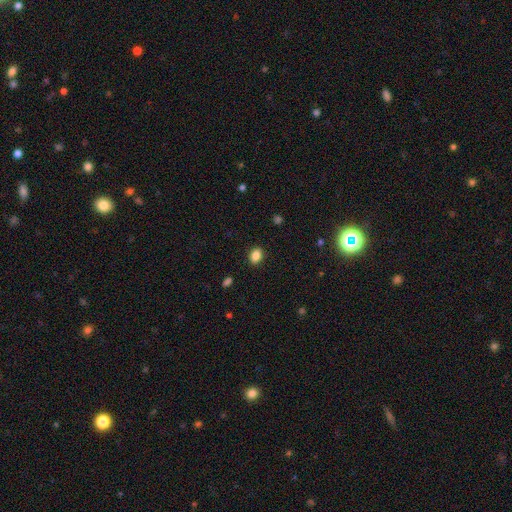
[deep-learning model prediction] This is clearly a smooth galaxy (86%). How rounded: likely in between (67%). Merging: clearly none (89%).